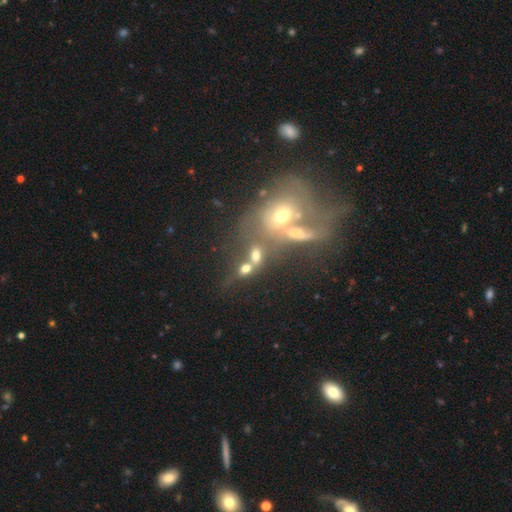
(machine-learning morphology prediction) smooth_or_featured: smooth (p=0.60) [alt: featured or disk p=0.23]
how_rounded: in between (p=0.60) [alt: round p=0.35]
merging: merger (p=0.51) [alt: none p=0.27]